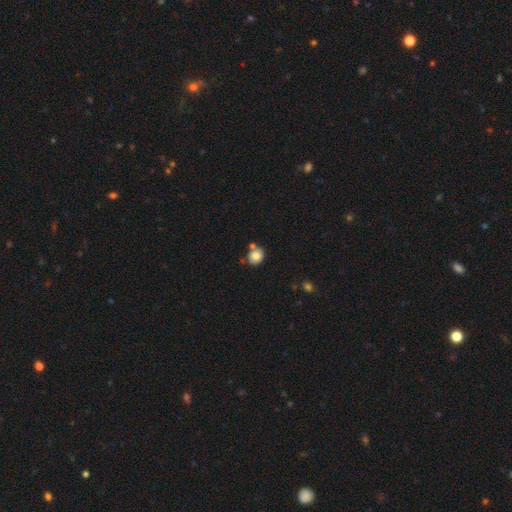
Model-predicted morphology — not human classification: This is clearly a smooth galaxy (80%). How rounded: likely round (72%). Merging: likely none (64%).